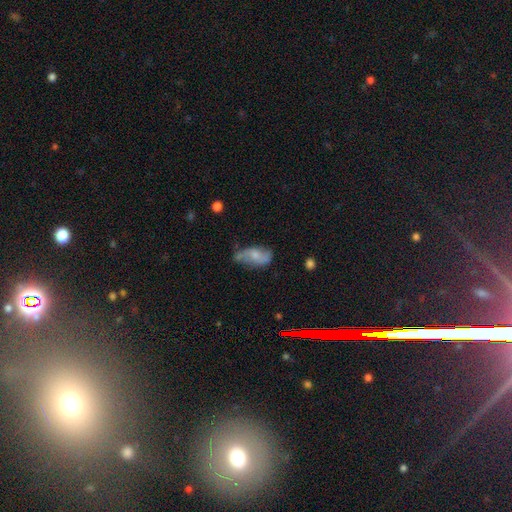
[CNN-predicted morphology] A featured or disk galaxy (51%).

Vote fractions:
- Smooth or featured? featured or disk: 51% / smooth: 41% / star or artifact: 8%
- Edge-on disk? no: 93% / yes: 7%
- Merging? none: 50% / minor disturbance: 32% / major disturbance: 13% / merger: 5%